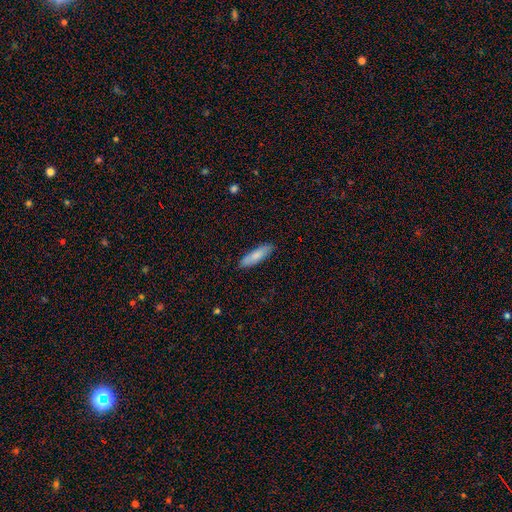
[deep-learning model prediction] A smooth galaxy with no disk features (82%) that is cigar-shaped (58%). Merging: none (86%).